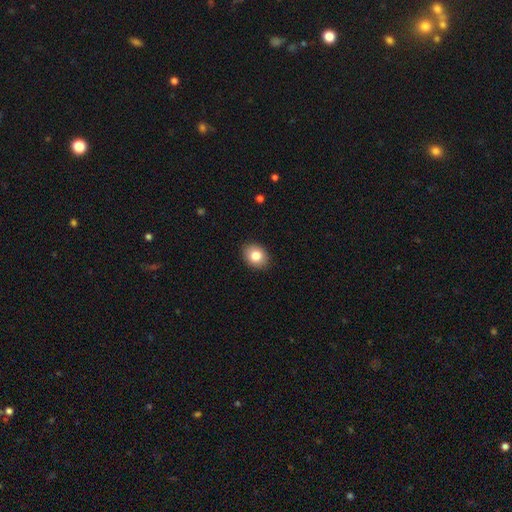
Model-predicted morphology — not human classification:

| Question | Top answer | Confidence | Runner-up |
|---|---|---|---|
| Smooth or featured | smooth | 82% | featured or disk (9%) |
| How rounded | in between | 57% | round (42%) |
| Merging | none | 89% | minor disturbance (8%) |